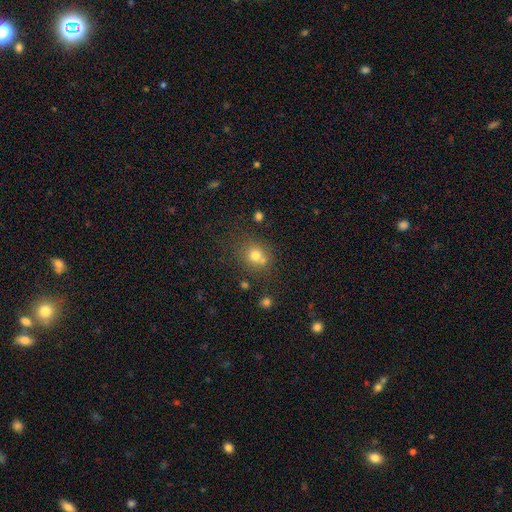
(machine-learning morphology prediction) Smooth or featured: smooth — 74% (star or artifact — 15%)
How rounded: round — 77% (in between — 22%)
Merging: none — 60% (merger — 23%)